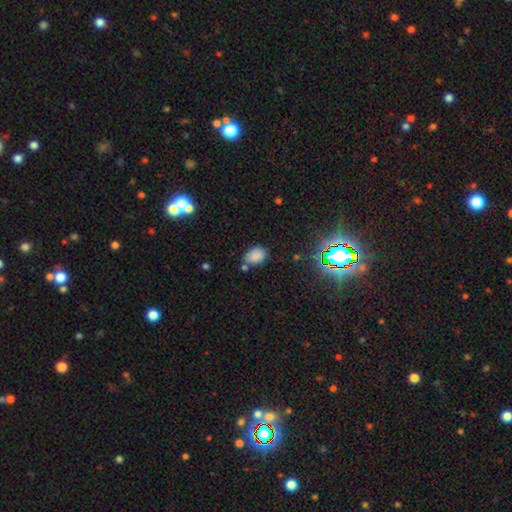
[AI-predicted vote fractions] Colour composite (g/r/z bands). It shows a smooth galaxy with no disk features (81%) that is in between round and cigar-shaped (76%). Merging: none (66%).